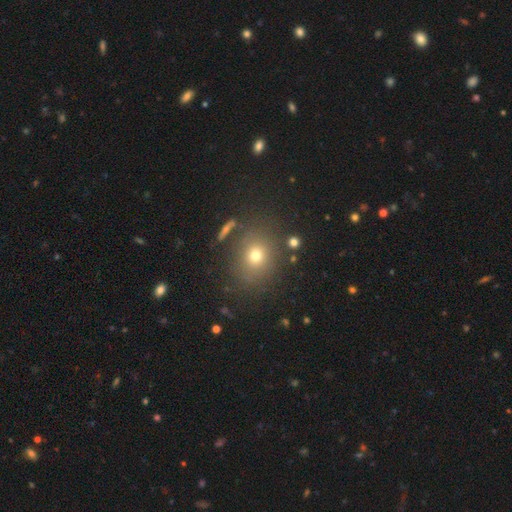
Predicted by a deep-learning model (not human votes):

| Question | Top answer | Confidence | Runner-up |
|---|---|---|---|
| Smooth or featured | smooth | 70% | star or artifact (18%) |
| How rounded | round | 70% | in between (29%) |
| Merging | none | 81% | minor disturbance (10%) |